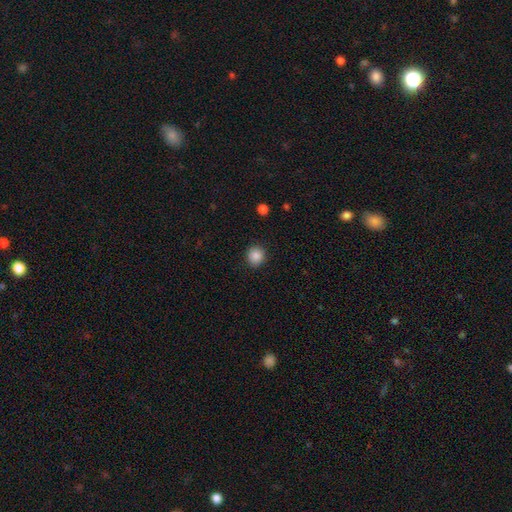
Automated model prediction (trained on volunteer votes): Smooth or featured? smooth (86%)
How rounded? round (85%)
Merging? none (89%)